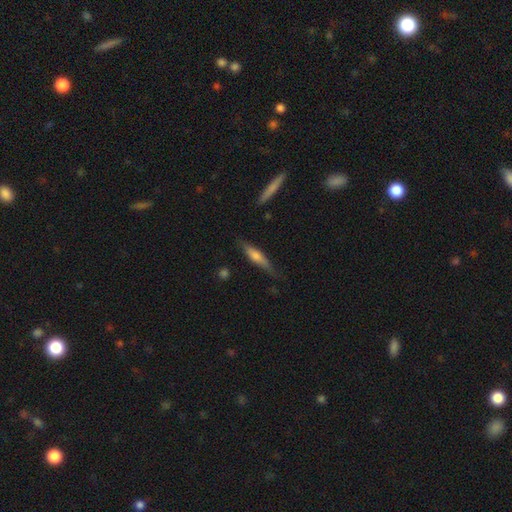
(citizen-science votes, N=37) smooth_or_featured: featured or disk (p=0.54) [alt: smooth p=0.38]
disk_edge_on: yes (p=0.95) [alt: no p=0.05]
edge_on_bulge: rounded (p=0.68) [alt: boxy p=0.16]
merging: none (p=0.82) [alt: minor disturbance p=0.09]